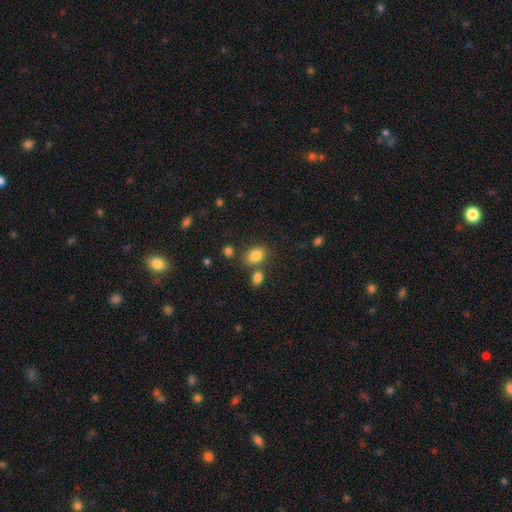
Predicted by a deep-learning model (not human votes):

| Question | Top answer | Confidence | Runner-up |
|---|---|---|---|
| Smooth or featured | smooth | 84% | star or artifact (10%) |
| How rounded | in between | 72% | round (26%) |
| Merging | none | 68% | merger (16%) |